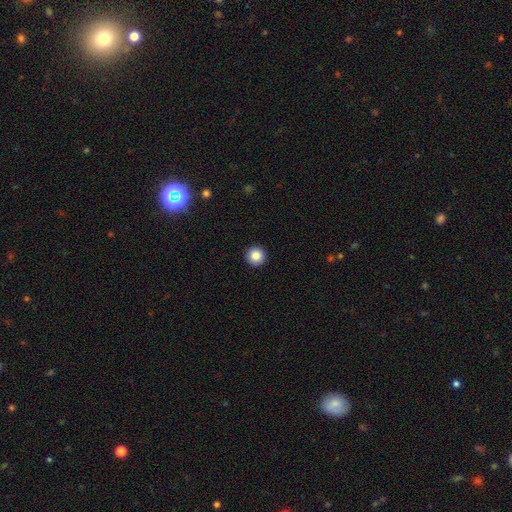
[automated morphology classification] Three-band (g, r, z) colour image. It shows a smooth galaxy with no disk features (87%) that is round (96%). Merging: none (93%).